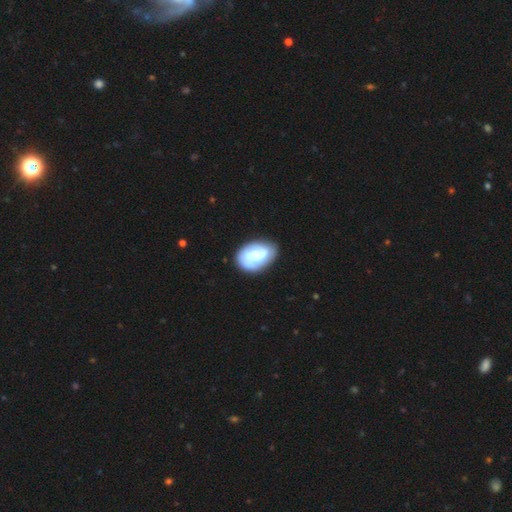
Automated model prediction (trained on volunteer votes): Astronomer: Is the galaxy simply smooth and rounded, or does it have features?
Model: featured or disk — 62%.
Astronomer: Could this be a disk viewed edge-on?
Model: no — 97%.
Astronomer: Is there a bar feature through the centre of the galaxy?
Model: no — 57% (runner-up: weak, 36%).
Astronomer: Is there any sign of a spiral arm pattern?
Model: yes — 88%.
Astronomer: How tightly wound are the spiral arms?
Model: tight — 39% (runner-up: medium, 38%).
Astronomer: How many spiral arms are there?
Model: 2 — 57%.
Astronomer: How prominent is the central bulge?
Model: moderate — 57%.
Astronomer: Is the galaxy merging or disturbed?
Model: none — 77%.